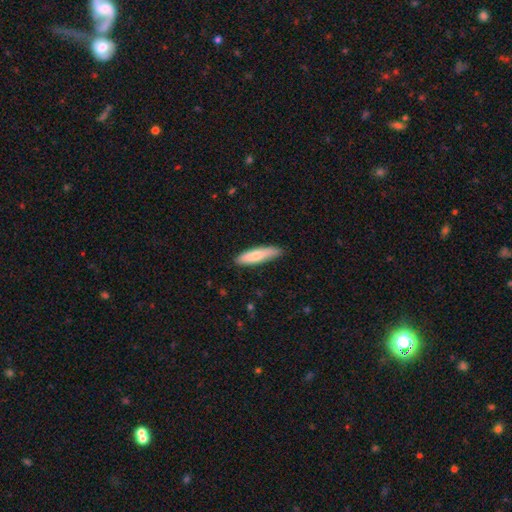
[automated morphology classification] Smooth or featured? Predicted: smooth (p=0.76). How rounded? Predicted: cigar-shaped (p=0.71). Merging? Predicted: none (p=0.83).